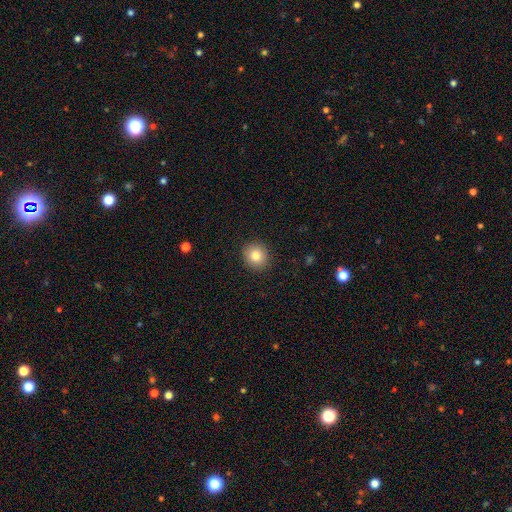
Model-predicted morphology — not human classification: A smooth galaxy with no disk features (82%) that is round (87%). Merging: none (91%).